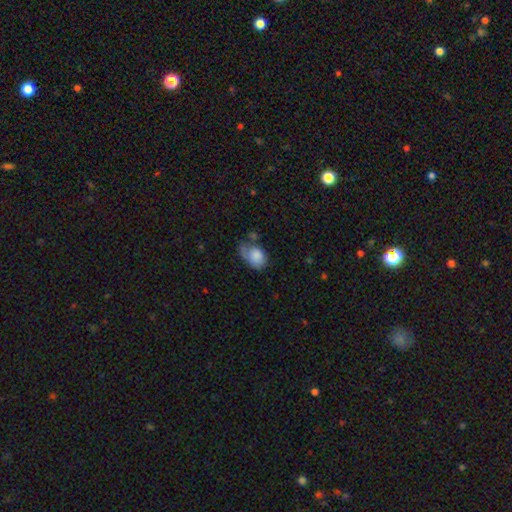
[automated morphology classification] Smooth or featured: smooth — 76% (featured or disk — 17%)
How rounded: in between — 72% (round — 26%)
Merging: minor disturbance — 32% (none — 30%)